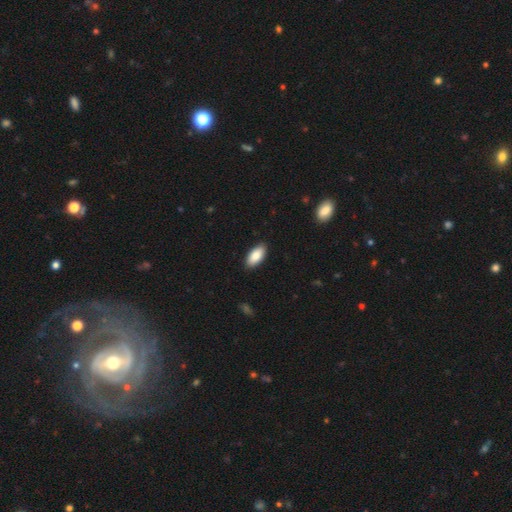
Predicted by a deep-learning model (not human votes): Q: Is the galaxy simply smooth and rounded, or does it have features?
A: smooth — 87%.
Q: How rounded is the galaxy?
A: in between — 93%.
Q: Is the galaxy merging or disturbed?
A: none — 89%.